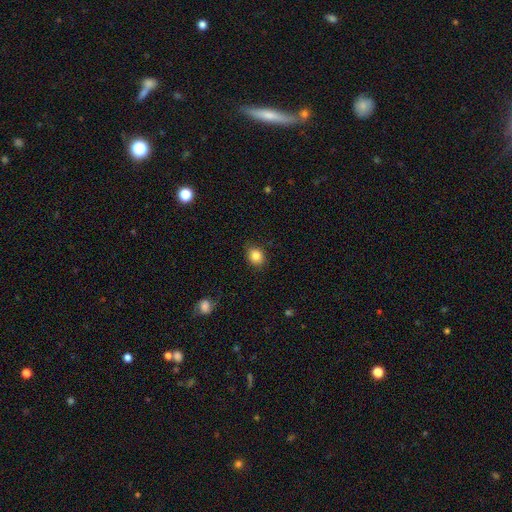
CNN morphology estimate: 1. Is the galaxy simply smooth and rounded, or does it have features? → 84% smooth, 10% star or artifact, 6% featured or disk.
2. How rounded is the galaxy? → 59% round, 40% in between, 1% cigar-shaped.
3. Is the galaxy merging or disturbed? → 85% none, 12% minor disturbance, 3% major disturbance, 1% merger.